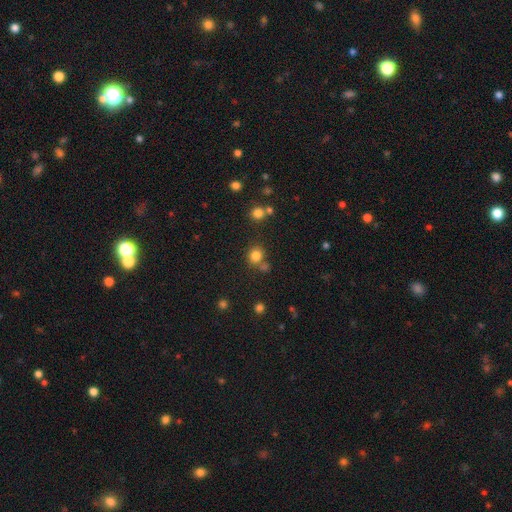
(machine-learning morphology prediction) type=smooth (80%); roundness=round (85%); merging=none (70%).